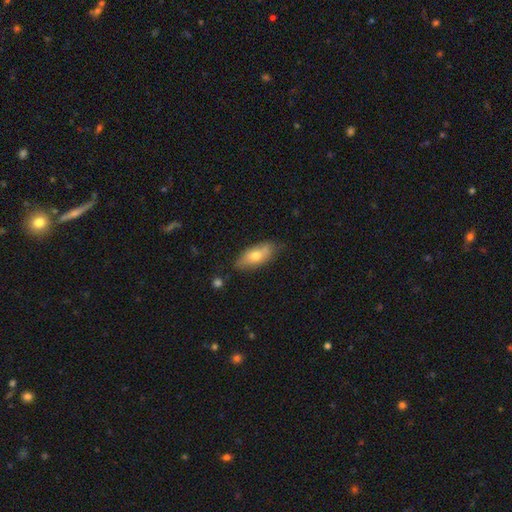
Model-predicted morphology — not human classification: This is likely a smooth galaxy (64%). How rounded: clearly in between (82%). Merging: likely none (68%).